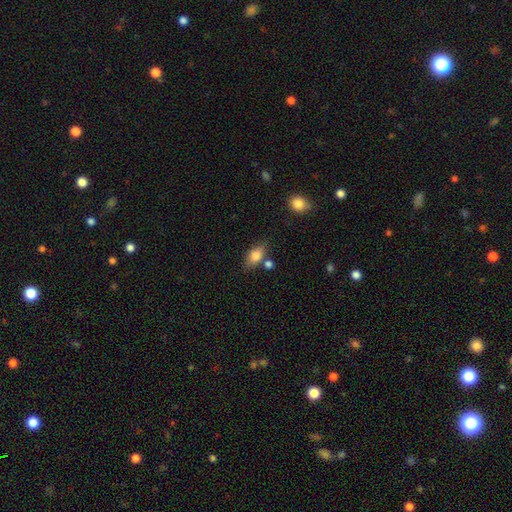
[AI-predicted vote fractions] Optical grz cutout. It shows a smooth galaxy with no disk features (77%) that is in between round and cigar-shaped (82%). Merging: none (69%).